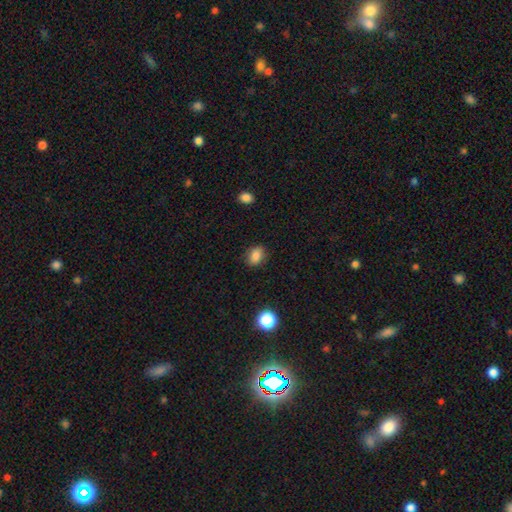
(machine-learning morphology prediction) type=smooth (84%); roundness=in between (62%); merging=none (85%).